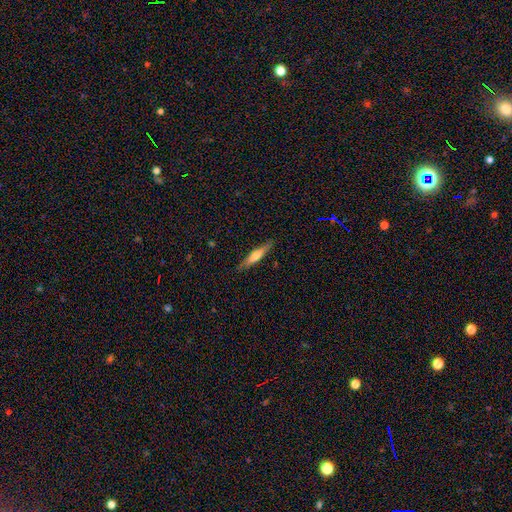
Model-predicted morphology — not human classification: Overall: smooth (53%; featured or disk 41%). How rounded: cigar-shaped (86%). Merging: none (87%).